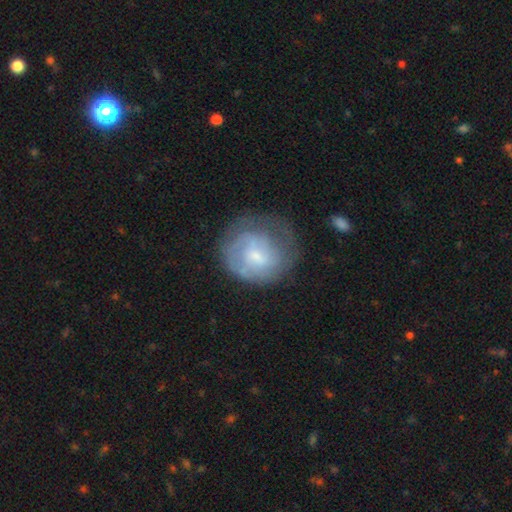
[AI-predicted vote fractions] Smooth or featured?
  - featured or disk: 54% *
  - smooth: 39%
  - star or artifact: 7%
Edge-on disk?
  - no: 97% *
  - yes: 3%
Bar?
  - weak: 47% *
  - no: 45%
  - strong: 8%
Spiral arms?
  - yes: 68% *
  - no: 32%
Bulge size?
  - small: 55% *
  - moderate: 30%
  - none: 11%
  - large: 3%
  - dominant: 1%
Merging?
  - none: 48% *
  - minor disturbance: 26%
  - major disturbance: 23%
  - merger: 2%